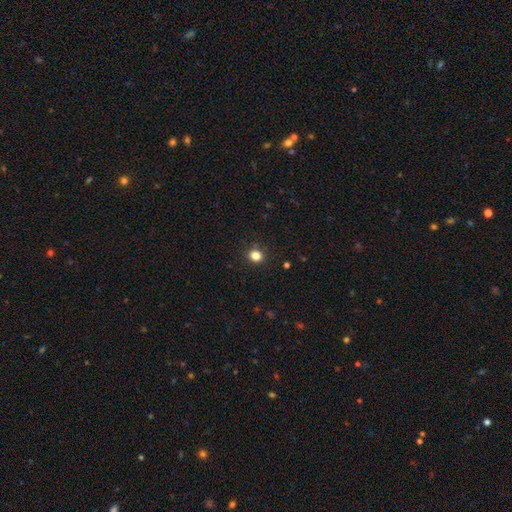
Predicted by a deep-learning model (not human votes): This is clearly a smooth galaxy (83%). How rounded: clearly round (83%). Merging: clearly none (90%).